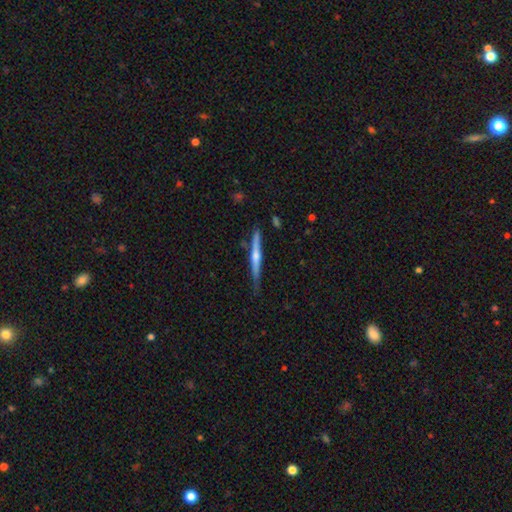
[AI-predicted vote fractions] This is likely a featured or disk galaxy (65%). It is clearly viewed edge-on (98%). Edge-on bulge: likely rounded (78%). Merging: likely none (77%).